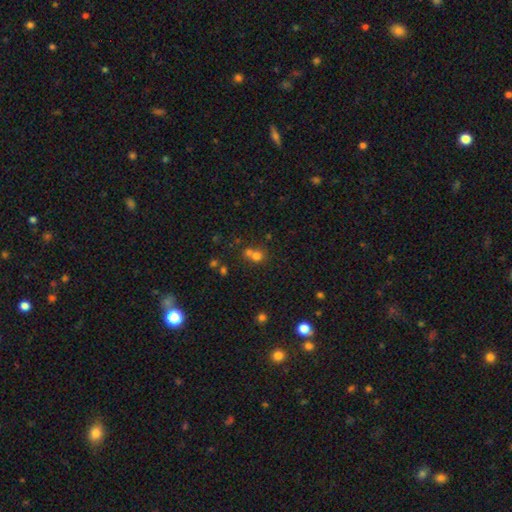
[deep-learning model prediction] A smooth galaxy with no disk features (69%) that is round (82%).

Vote fractions:
- Smooth or featured? smooth: 69% / star or artifact: 19% / featured or disk: 12%
- How rounded? round: 82% / in between: 17% / cigar-shaped: 1%
- Merging? merger: 48% / none: 41% / minor disturbance: 7% / major disturbance: 4%